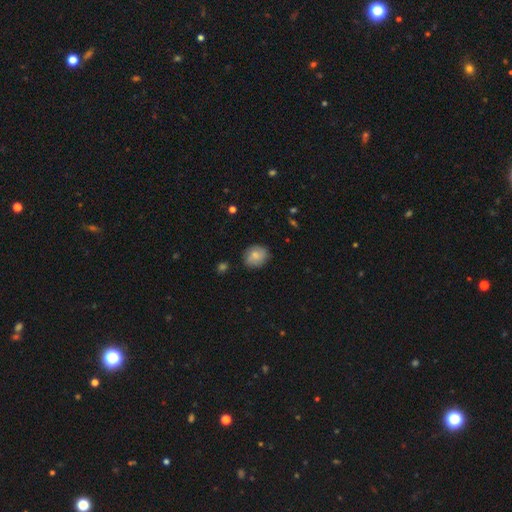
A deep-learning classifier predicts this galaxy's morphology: Smooth or featured: smooth — 73% (featured or disk — 19%)
How rounded: round — 63% (in between — 36%)
Merging: none — 81% (minor disturbance — 15%)